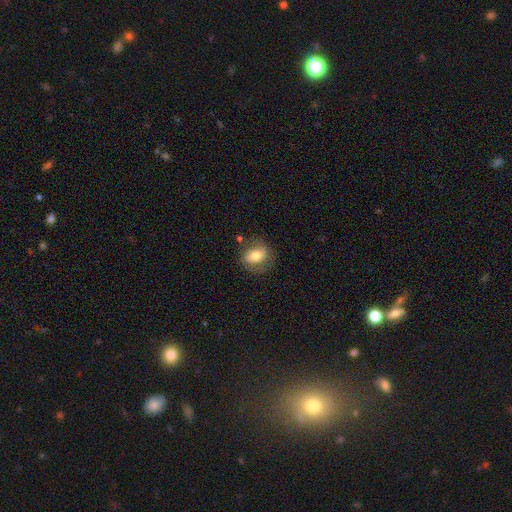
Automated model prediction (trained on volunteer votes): Smooth or featured?
  - smooth: 60% *
  - featured or disk: 32%
  - star or artifact: 8%
How rounded?
  - in between: 56% *
  - round: 42%
  - cigar-shaped: 2%
Merging?
  - none: 71% *
  - minor disturbance: 18%
  - major disturbance: 8%
  - merger: 3%